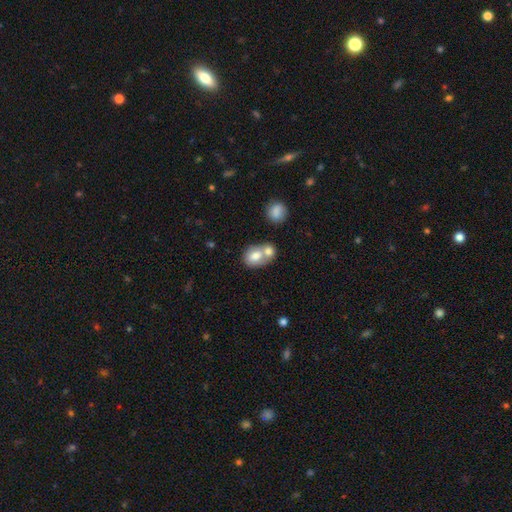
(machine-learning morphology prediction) smooth-or-featured: smooth: 74% | featured or disk: 19% | star or artifact: 7%
  how-rounded: in between: 63% | round: 36% | cigar-shaped: 1%
  merging: merger: 63% | none: 26% | minor disturbance: 8% | major disturbance: 3%